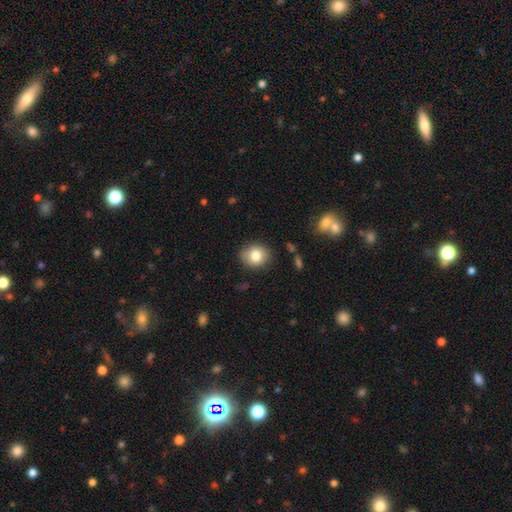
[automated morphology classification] A smooth galaxy with no disk features (80%) that is round (65%). Merging: none (83%).